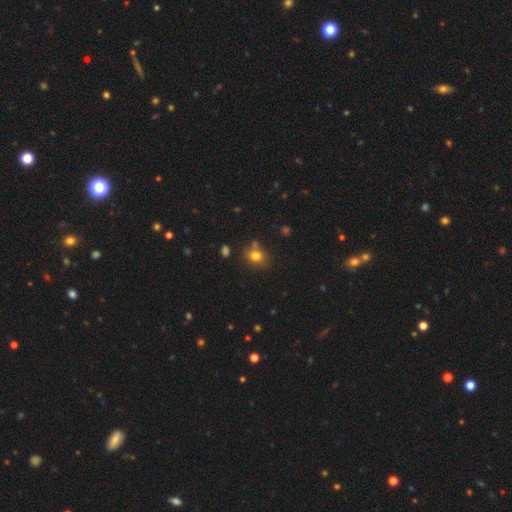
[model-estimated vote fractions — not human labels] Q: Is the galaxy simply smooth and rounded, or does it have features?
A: smooth — 78%.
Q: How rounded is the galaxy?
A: round — 56%.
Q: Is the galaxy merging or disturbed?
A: none — 70%.